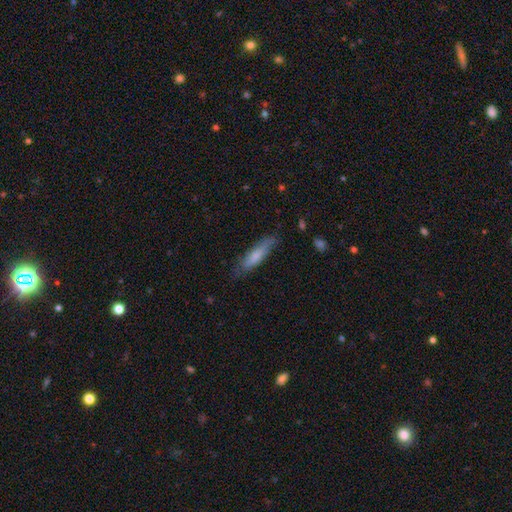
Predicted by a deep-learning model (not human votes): smooth-or-featured: smooth: 69% | featured or disk: 25% | star or artifact: 6%
  how-rounded: cigar-shaped: 76% | in between: 23% | round: 1%
  merging: none: 73% | minor disturbance: 21% | major disturbance: 5% | merger: 2%